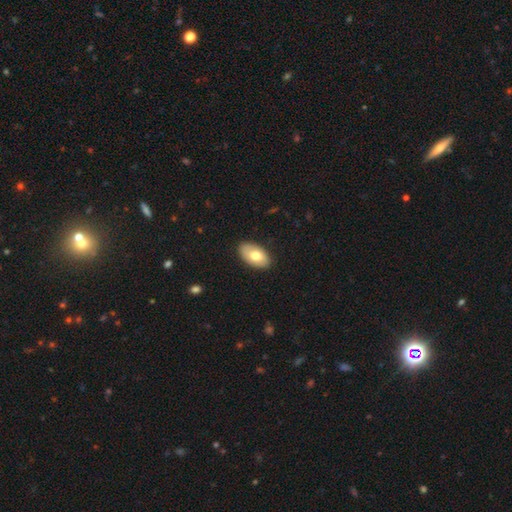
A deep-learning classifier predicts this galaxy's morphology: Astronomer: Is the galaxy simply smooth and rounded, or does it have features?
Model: smooth — 70%.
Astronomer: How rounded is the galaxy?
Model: in between — 94%.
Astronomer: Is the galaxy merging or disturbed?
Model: none — 86%.